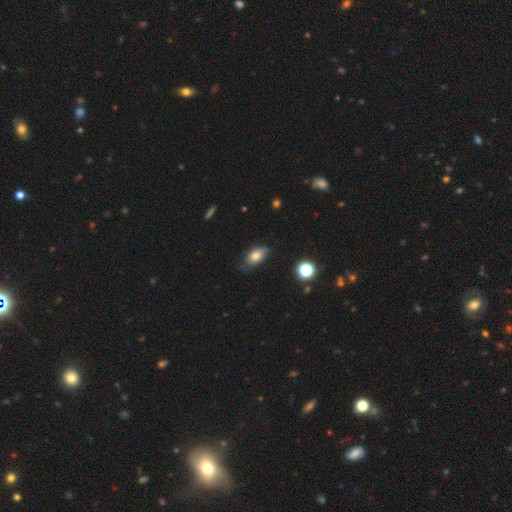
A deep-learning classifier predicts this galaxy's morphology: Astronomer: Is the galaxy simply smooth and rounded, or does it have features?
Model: smooth — 76%.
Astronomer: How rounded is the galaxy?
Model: in between — 88%.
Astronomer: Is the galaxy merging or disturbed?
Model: none — 66%.